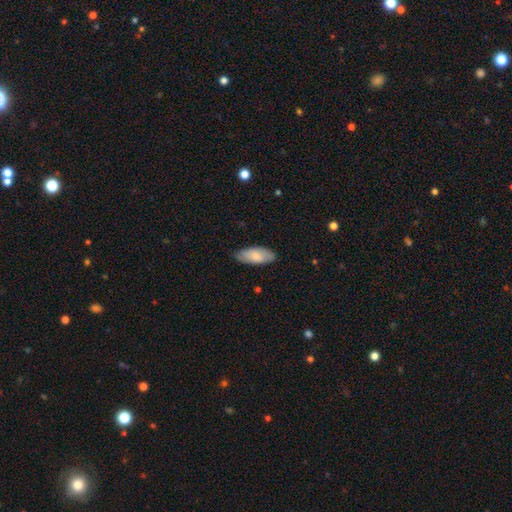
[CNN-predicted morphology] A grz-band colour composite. It shows a smooth galaxy with no disk features (82%) that is in between round and cigar-shaped (87%). Merging: none (83%).